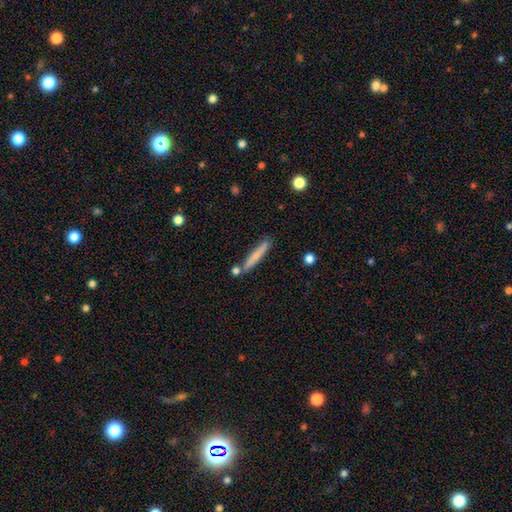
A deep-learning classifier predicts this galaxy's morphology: Smooth or featured: smooth — 68% (featured or disk — 25%)
How rounded: cigar-shaped — 95% (in between — 4%)
Merging: none — 80% (minor disturbance — 11%)